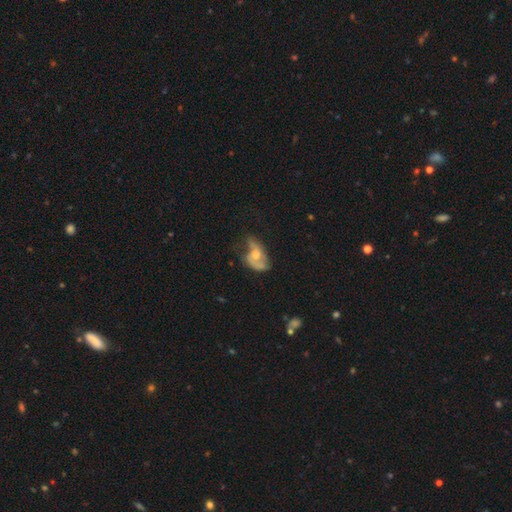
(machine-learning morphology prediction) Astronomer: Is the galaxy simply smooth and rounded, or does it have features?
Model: featured or disk — 58%.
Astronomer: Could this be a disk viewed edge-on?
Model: no — 94%.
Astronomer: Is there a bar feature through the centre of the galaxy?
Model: no — 76%.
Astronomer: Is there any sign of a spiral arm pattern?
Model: yes — 61% (runner-up: no, 39%).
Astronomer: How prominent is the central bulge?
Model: moderate — 62%.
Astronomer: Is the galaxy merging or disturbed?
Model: major disturbance — 34% (runner-up: none, 31%).